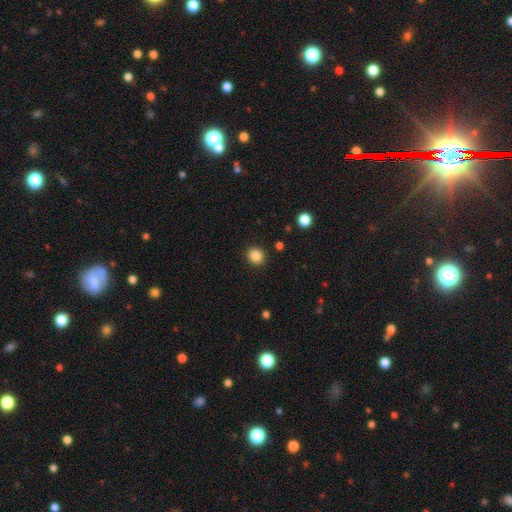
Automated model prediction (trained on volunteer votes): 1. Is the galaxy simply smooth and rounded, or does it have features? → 86% smooth, 10% star or artifact, 4% featured or disk.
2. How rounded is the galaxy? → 85% round, 14% in between, 1% cigar-shaped.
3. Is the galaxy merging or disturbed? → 91% none, 6% minor disturbance, 2% major disturbance, 1% merger.